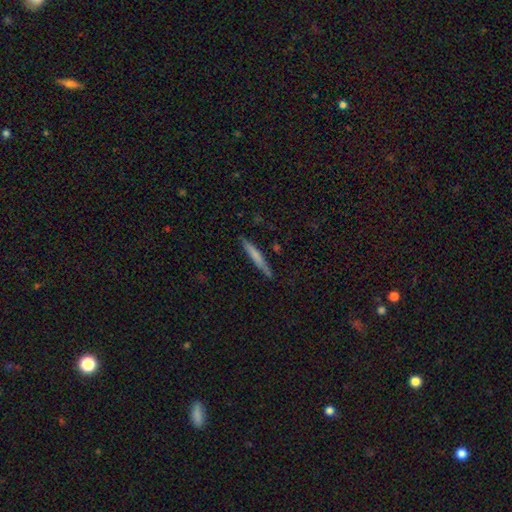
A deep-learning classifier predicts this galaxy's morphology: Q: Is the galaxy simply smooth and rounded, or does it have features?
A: smooth — 63%.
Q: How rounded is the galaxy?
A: cigar-shaped — 95%.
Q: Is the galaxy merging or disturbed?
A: none — 85%.